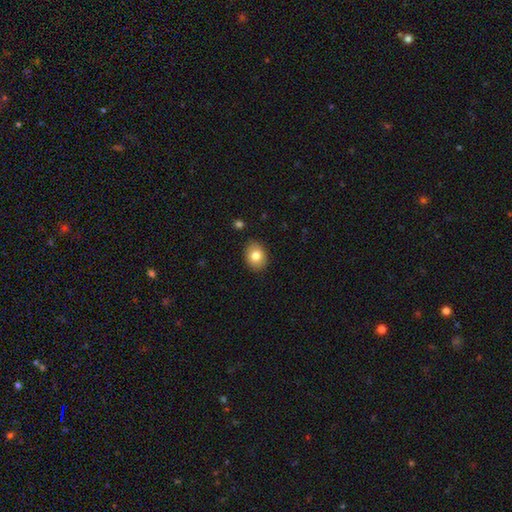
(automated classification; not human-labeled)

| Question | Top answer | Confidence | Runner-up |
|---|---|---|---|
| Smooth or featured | smooth | 82% | featured or disk (10%) |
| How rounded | in between | 58% | round (41%) |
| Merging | none | 88% | minor disturbance (8%) |